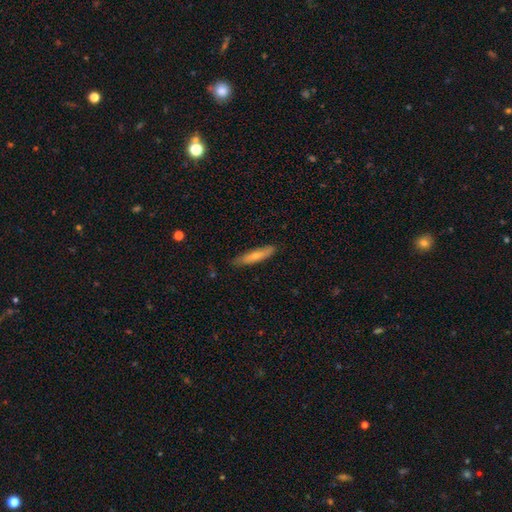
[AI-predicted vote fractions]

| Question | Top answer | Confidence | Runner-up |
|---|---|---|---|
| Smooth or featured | smooth | 66% | featured or disk (28%) |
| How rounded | cigar-shaped | 86% | in between (13%) |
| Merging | none | 81% | minor disturbance (15%) |